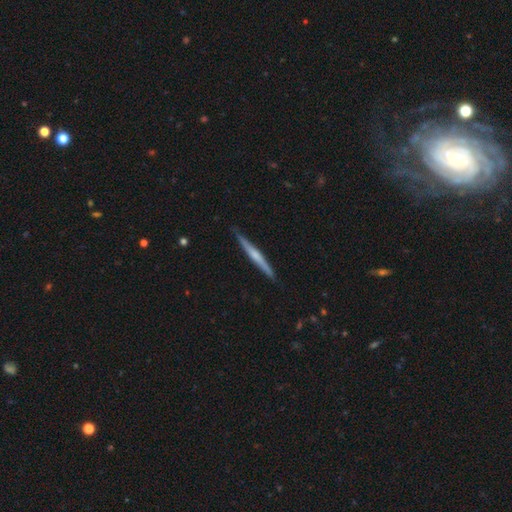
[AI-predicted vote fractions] A featured or disk galaxy (62%) viewed edge-on (98%) with a rounded central bulge (53%). Merging: none (88%).